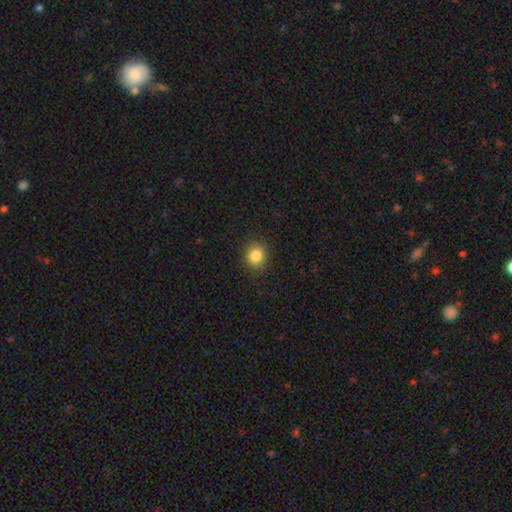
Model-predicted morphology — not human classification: Smooth or featured? Predicted: smooth (p=0.84). How rounded? Predicted: round (p=0.83). Merging? Predicted: none (p=0.90).